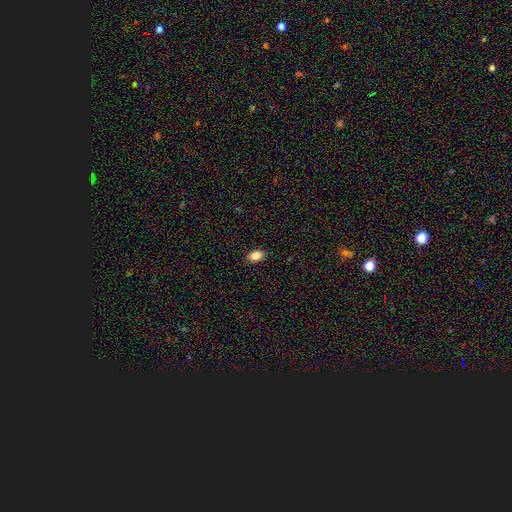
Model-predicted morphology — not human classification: A smooth galaxy with no disk features (86%) that is in between round and cigar-shaped (90%).

Vote fractions:
- Smooth or featured? smooth: 86% / star or artifact: 9% / featured or disk: 5%
- How rounded? in between: 90% / round: 9% / cigar-shaped: 2%
- Merging? none: 89% / minor disturbance: 8% / major disturbance: 2% / merger: 1%